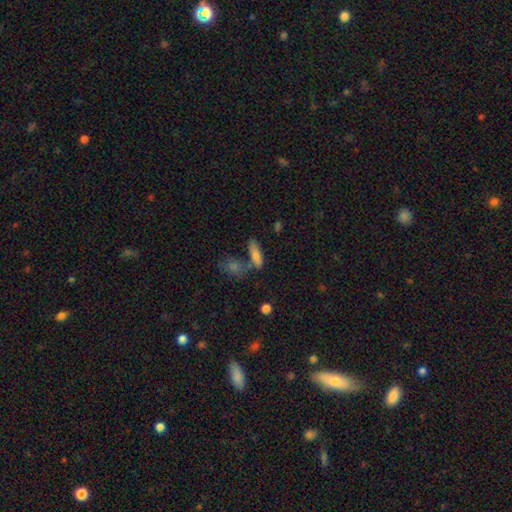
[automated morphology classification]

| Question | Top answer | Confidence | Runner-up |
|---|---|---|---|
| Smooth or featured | smooth | 73% | featured or disk (18%) |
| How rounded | in between | 50% | cigar-shaped (47%) |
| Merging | none | 51% | merger (27%) |